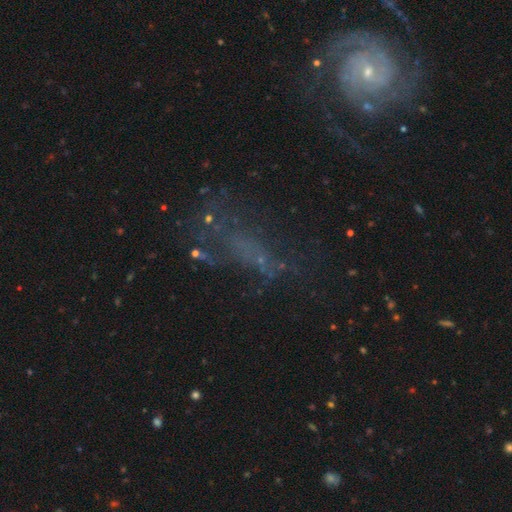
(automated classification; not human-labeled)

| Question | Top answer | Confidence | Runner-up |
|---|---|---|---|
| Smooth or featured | featured or disk | 47% | star or artifact (31%) |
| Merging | none | 41% | major disturbance (34%) |